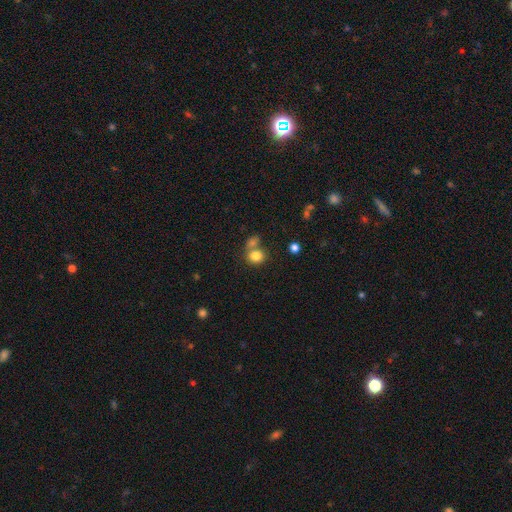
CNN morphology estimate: Smooth or featured: smooth — 81% (star or artifact — 11%)
How rounded: round — 72% (in between — 27%)
Merging: none — 48% (merger — 38%)